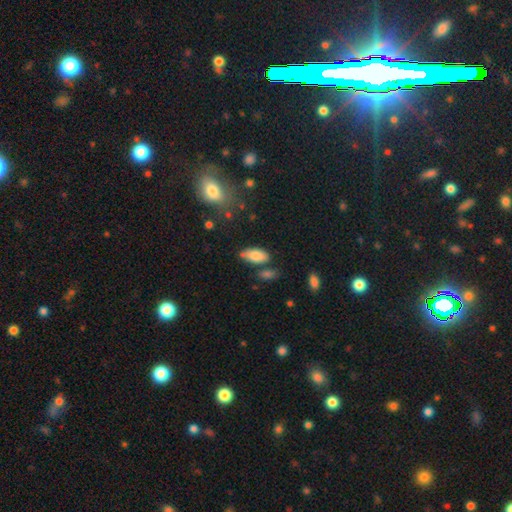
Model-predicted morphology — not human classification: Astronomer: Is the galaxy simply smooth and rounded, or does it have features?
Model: smooth — 83%.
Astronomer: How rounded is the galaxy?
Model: in between — 88%.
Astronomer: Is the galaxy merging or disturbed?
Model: none — 69%.